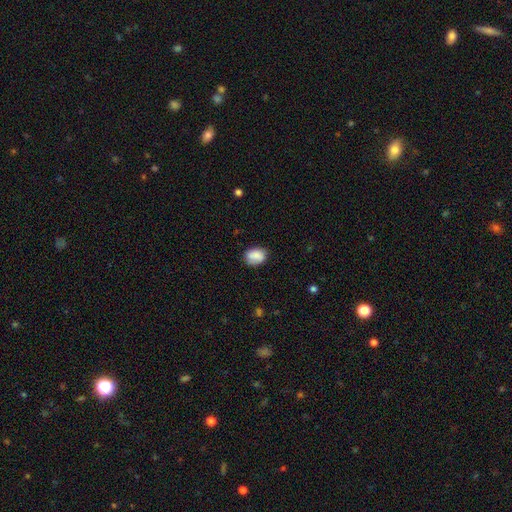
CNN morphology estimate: Smooth or featured? smooth (85%)
How rounded? in between (70%)
Merging? none (76%)